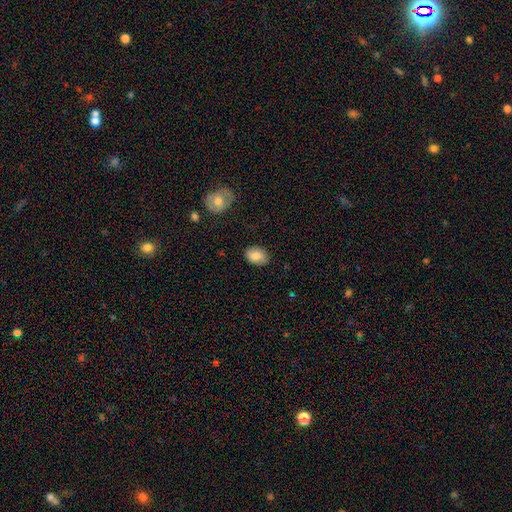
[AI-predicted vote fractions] A smooth galaxy with no disk features (81%) that is in between round and cigar-shaped (75%).

Vote fractions:
- Smooth or featured? smooth: 81% / featured or disk: 12% / star or artifact: 7%
- How rounded? in between: 75% / round: 24% / cigar-shaped: 1%
- Merging? none: 85% / minor disturbance: 11% / major disturbance: 3% / merger: 1%